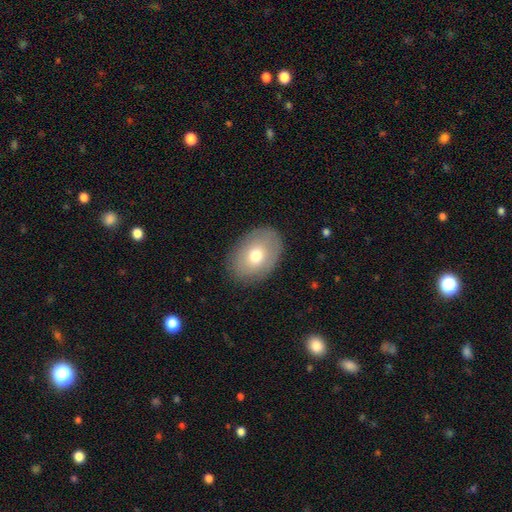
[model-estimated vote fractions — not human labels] This appears to be a smooth galaxy with no disk features (69%) that is in between round and cigar-shaped (78%). Merging: none (85%).